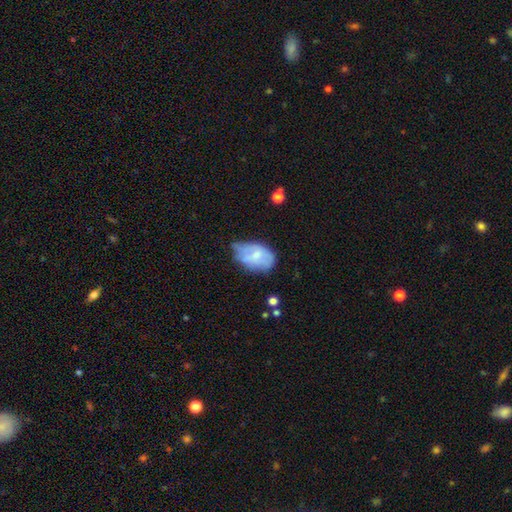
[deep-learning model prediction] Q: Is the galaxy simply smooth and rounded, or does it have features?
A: smooth — 55%.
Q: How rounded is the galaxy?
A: in between — 88%.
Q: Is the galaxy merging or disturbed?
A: minor disturbance — 45%.